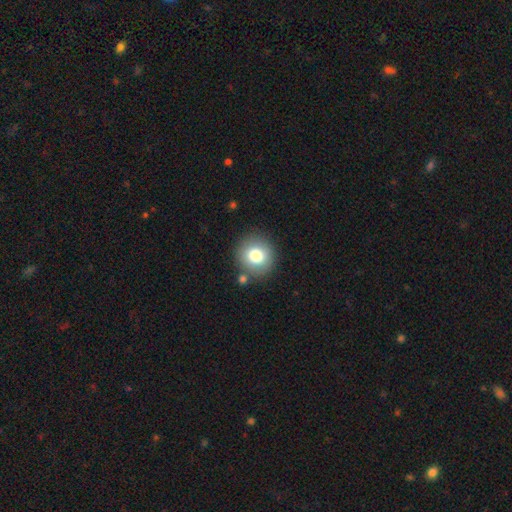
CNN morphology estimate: Smooth or featured: smooth — 78% (featured or disk — 12%)
How rounded: round — 91% (in between — 8%)
Merging: none — 82% (minor disturbance — 9%)